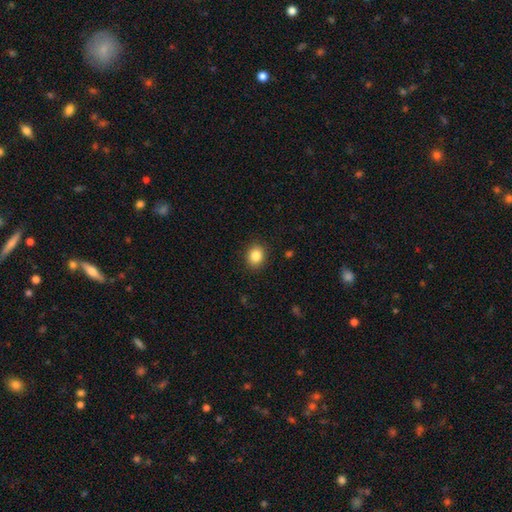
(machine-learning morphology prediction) Smooth or featured? smooth (86%)
How rounded? round (61%)
Merging? none (90%)